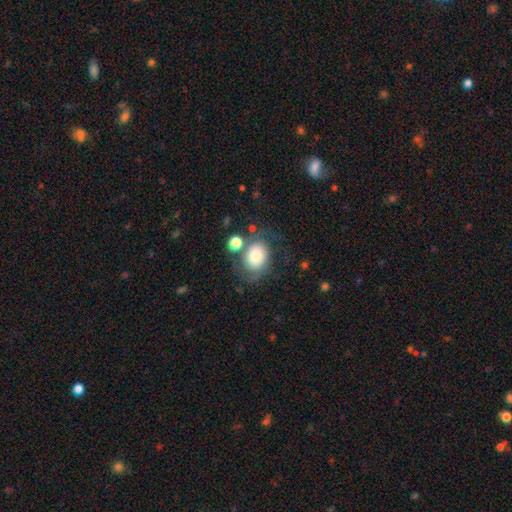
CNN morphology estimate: type=smooth (58%); roundness=round (52%); merging=none (49%).